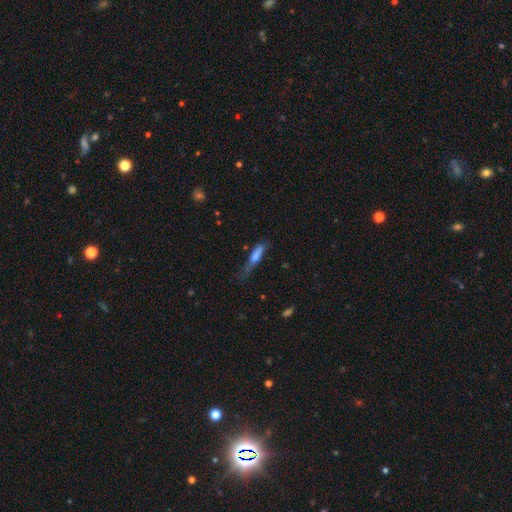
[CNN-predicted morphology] Overall: smooth (65%; featured or disk 28%). How rounded: cigar-shaped (75%). Merging: none (41%; minor disturbance 33%).